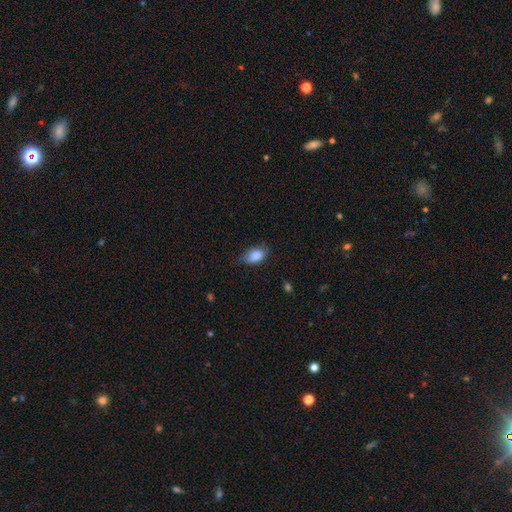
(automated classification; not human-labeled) smooth 85%, star or artifact 7%, featured or disk 7%. Down the decision tree: how rounded — in between (87%); merging — none (59%).